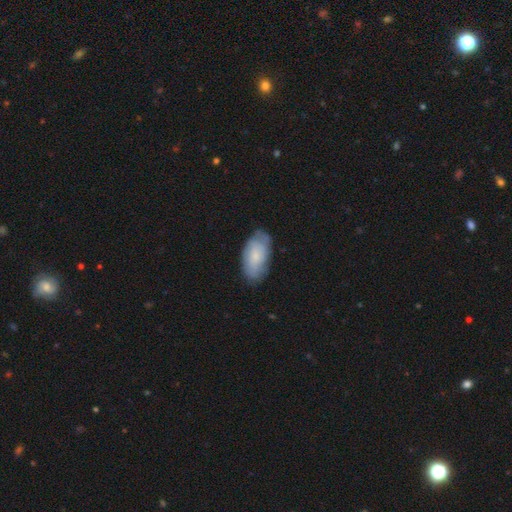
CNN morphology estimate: Smooth or featured? smooth (63%)
How rounded? in between (93%)
Merging? none (74%)